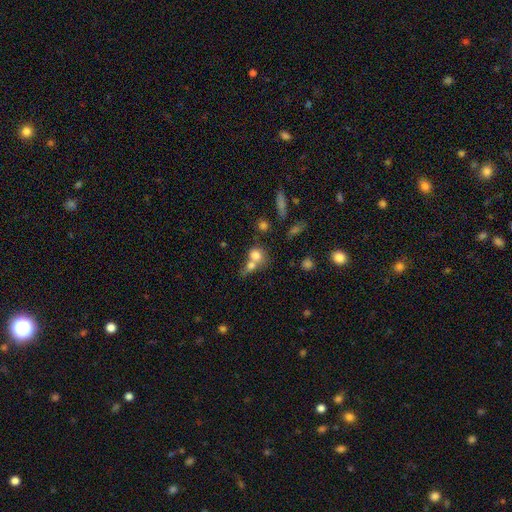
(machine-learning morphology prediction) The model was most divided on "how rounded": round: 64%, in between: 34%, cigar-shaped: 2%. More confident: smooth or featured — smooth (75%); merging — merger (62%).